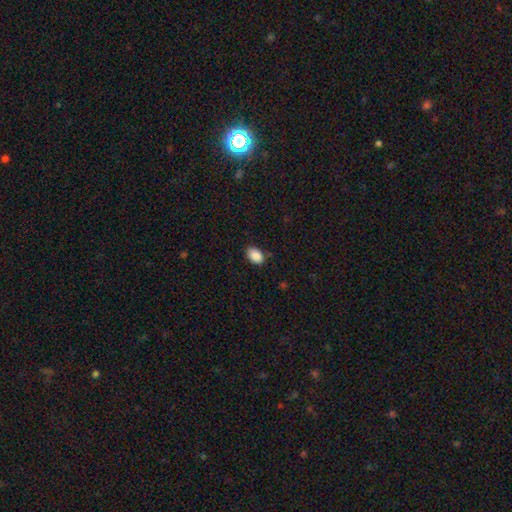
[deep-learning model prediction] The model was most divided on "merging": none: 83%, minor disturbance: 13%, major disturbance: 3%, merger: 1%. More confident: smooth or featured — smooth (89%); how rounded — in between (89%).